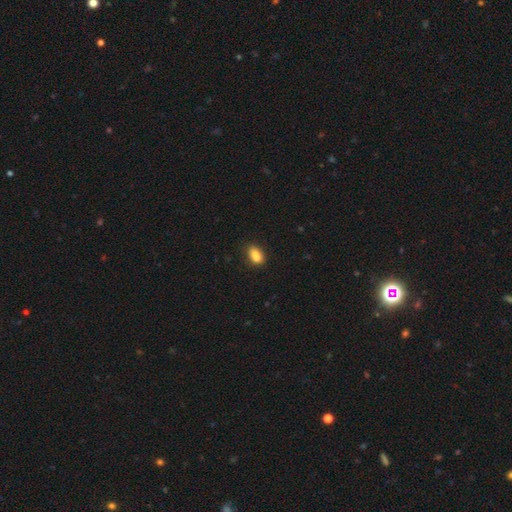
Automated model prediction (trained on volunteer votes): A smooth galaxy with no disk features (87%) that is in between round and cigar-shaped (89%).

Vote fractions:
- Smooth or featured? smooth: 87% / star or artifact: 8% / featured or disk: 4%
- How rounded? in between: 89% / round: 7% / cigar-shaped: 4%
- Merging? none: 78% / minor disturbance: 17% / major disturbance: 3% / merger: 2%